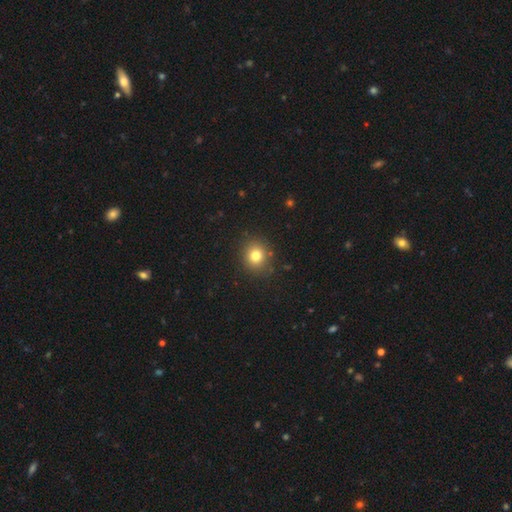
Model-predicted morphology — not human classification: Q: Smooth or featured?
A: smooth (80%); runner-up: star or artifact (13%)
Q: How rounded?
A: round (80%); runner-up: in between (19%)
Q: Merging?
A: none (88%); runner-up: minor disturbance (8%)